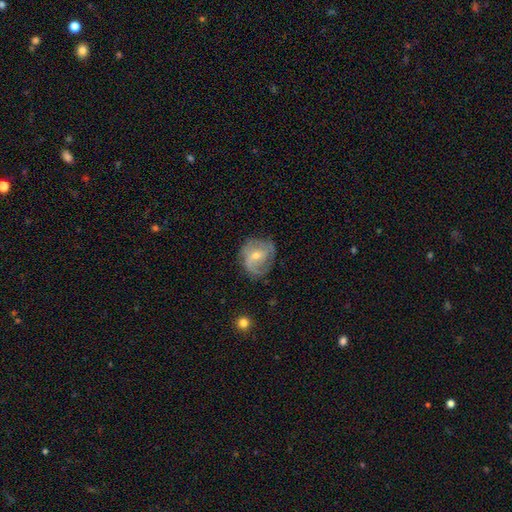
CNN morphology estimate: A featured or disk galaxy (71%) with a weak bar (42%, tied with no), 2 (48%) medium (41%) spiral arms (85%) and a moderate central bulge (50%). Merging: none (63%).